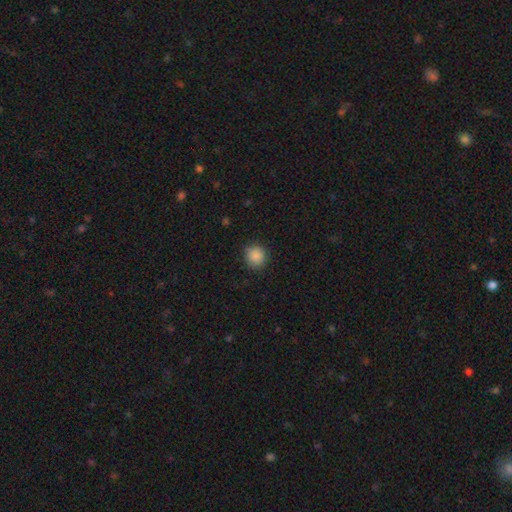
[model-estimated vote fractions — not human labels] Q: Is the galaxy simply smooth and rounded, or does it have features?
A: smooth — 87%.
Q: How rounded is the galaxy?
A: round — 91%.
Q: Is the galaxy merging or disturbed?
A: none — 86%.